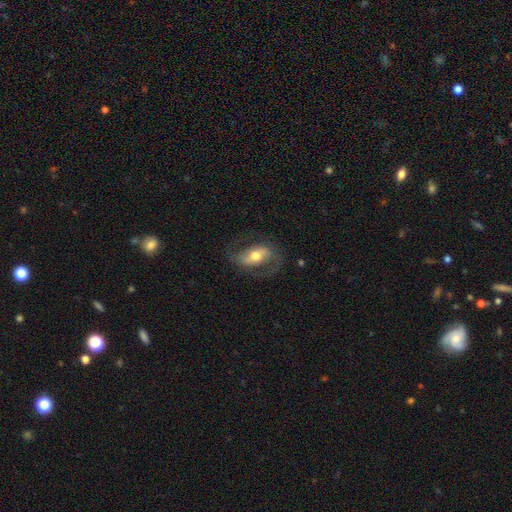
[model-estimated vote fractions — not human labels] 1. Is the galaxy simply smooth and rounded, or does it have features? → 65% featured or disk, 29% smooth, 7% star or artifact.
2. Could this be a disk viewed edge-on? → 93% no, 7% yes.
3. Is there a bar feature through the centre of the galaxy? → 36% weak, 34% strong, 30% no.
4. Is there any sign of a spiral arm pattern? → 81% yes, 19% no.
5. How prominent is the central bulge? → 69% moderate, 15% small, 14% large, 1% dominant, 1% none.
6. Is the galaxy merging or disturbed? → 69% none, 17% minor disturbance, 13% major disturbance, 1% merger.